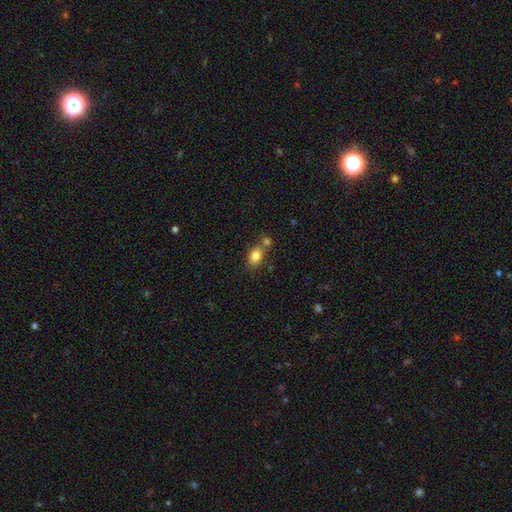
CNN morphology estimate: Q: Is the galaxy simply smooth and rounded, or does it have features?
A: smooth — 83%.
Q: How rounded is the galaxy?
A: in between — 79%.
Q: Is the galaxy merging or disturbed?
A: none — 57%.